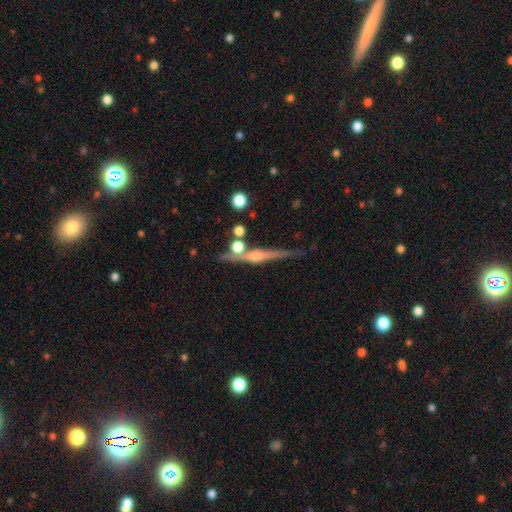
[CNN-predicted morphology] smooth_or_featured: featured or disk (p=0.70) [alt: smooth p=0.19]
disk_edge_on: yes (p=0.93) [alt: no p=0.07]
edge_on_bulge: rounded (p=0.71) [alt: none p=0.20]
merging: none (p=0.68) [alt: minor disturbance p=0.14]